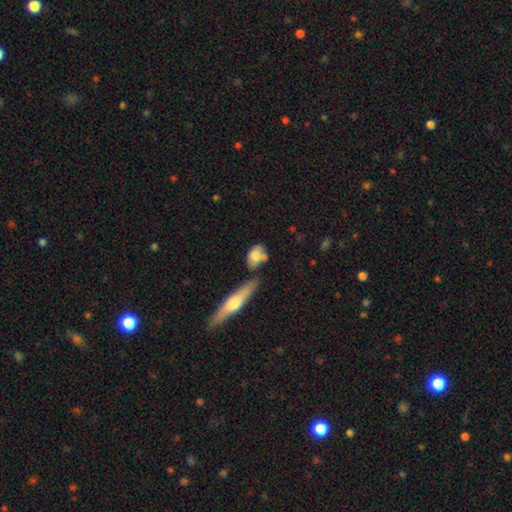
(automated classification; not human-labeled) A smooth galaxy with no disk features (74%) that is in between round and cigar-shaped (77%).

Vote fractions:
- Smooth or featured? smooth: 74% / featured or disk: 19% / star or artifact: 7%
- How rounded? in between: 77% / round: 17% / cigar-shaped: 7%
- Merging? none: 51% / merger: 24% / minor disturbance: 19% / major disturbance: 6%